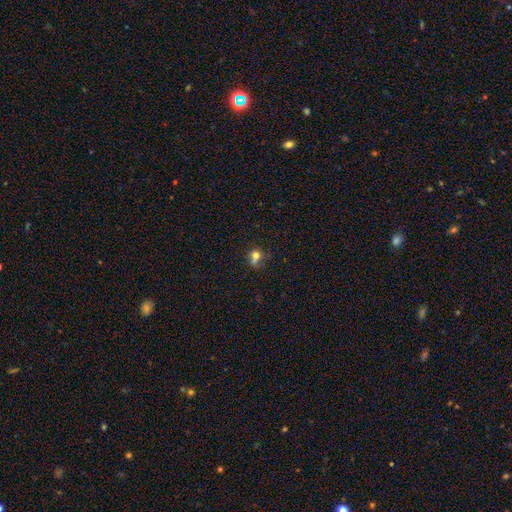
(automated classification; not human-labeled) Smooth or featured? smooth (71%)
How rounded? round (68%)
Merging? none (38%)